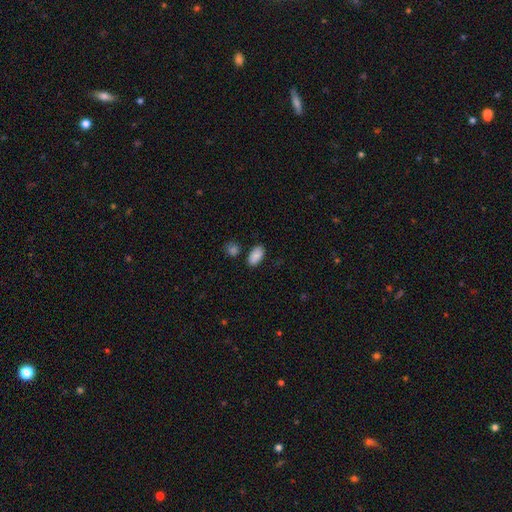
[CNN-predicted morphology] Overall: smooth (89%). How rounded: in between (94%). Merging: none (81%).